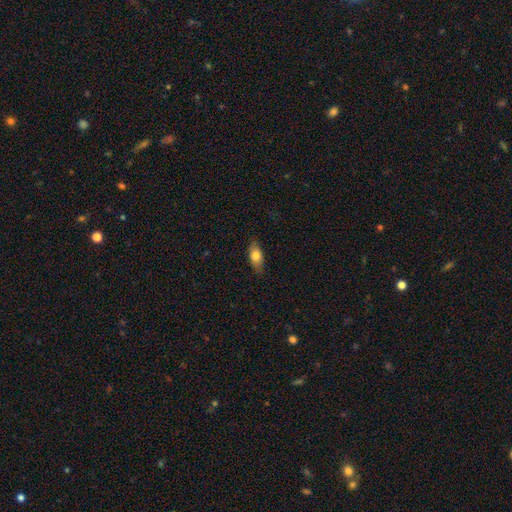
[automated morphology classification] Smooth or featured?
  - smooth: 75% *
  - featured or disk: 18%
  - star or artifact: 7%
How rounded?
  - in between: 82% *
  - cigar-shaped: 13%
  - round: 5%
Merging?
  - none: 82% *
  - minor disturbance: 14%
  - major disturbance: 3%
  - merger: 1%